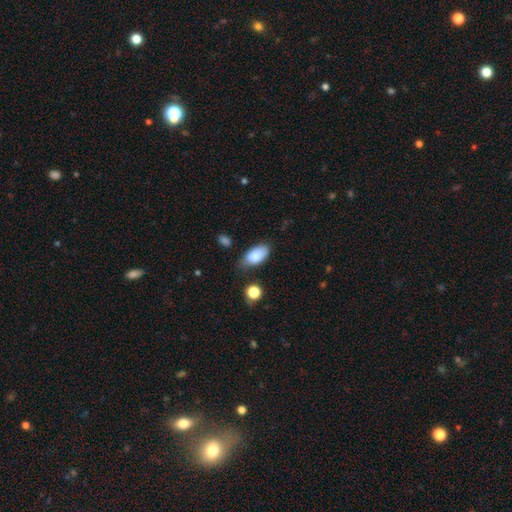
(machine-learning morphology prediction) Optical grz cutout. It shows a smooth galaxy with no disk features (84%) that is in between round and cigar-shaped (93%). Merging: none (63%).